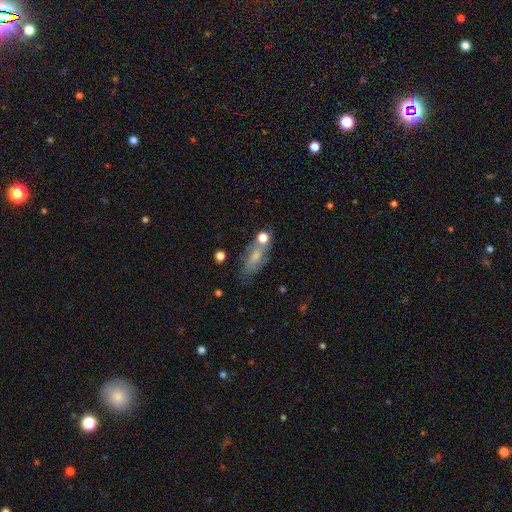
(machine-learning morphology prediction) This appears to be a smooth galaxy with no disk features (55%) that is in between round and cigar-shaped (71%). Merging: none (56%).